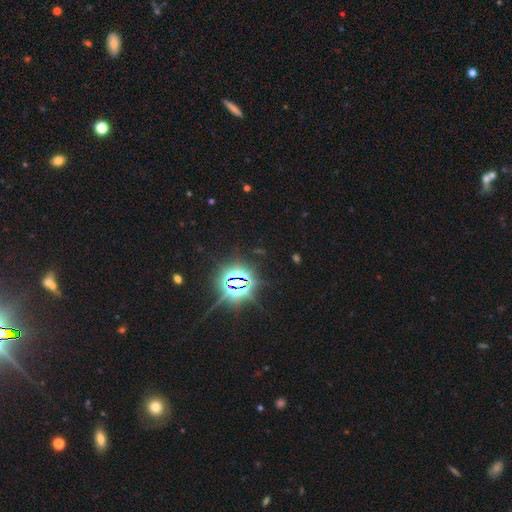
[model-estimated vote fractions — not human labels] Q: Smooth or featured?
A: star or artifact (84%); runner-up: smooth (9%)